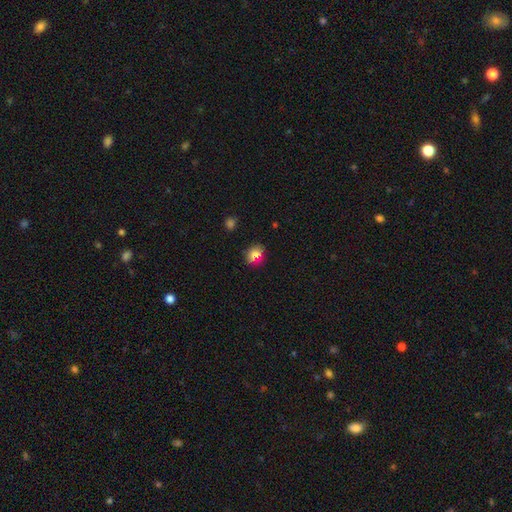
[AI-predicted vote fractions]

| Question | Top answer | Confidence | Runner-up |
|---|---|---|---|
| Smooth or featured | smooth | 77% | star or artifact (14%) |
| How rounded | round | 72% | in between (27%) |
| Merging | none | 81% | minor disturbance (13%) |